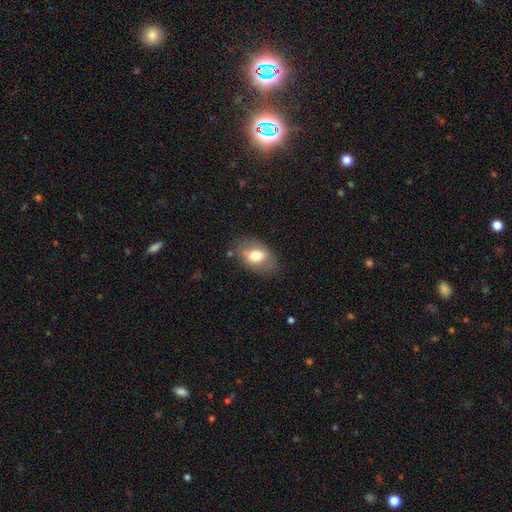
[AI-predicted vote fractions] Morphology: type=smooth (69%); roundness=in between (84%); merging=none (72%).